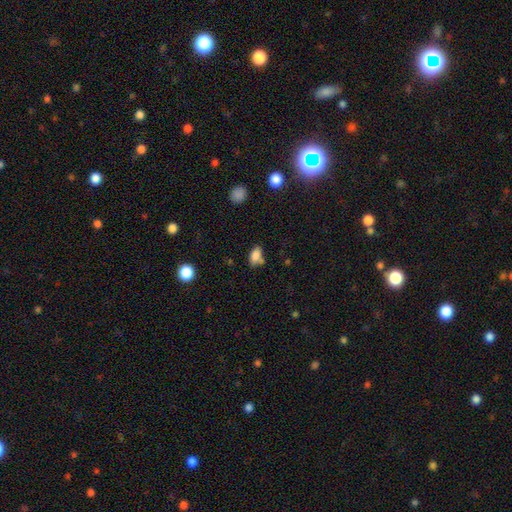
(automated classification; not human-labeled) This is clearly a smooth galaxy (81%). How rounded: clearly in between (87%). Merging: possibly none (59%).